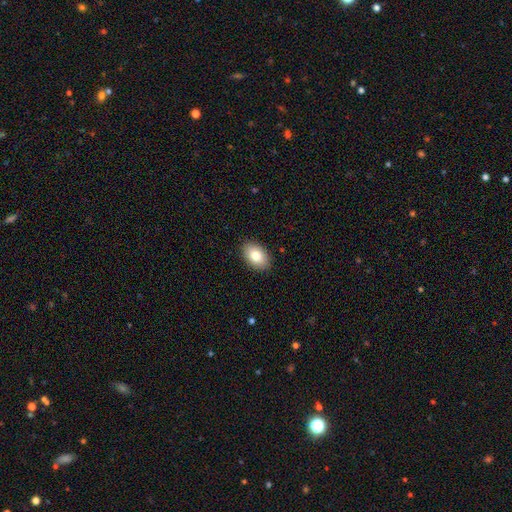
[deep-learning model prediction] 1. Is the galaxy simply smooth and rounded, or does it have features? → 83% smooth, 10% featured or disk, 7% star or artifact.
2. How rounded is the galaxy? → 89% in between, 10% round, 1% cigar-shaped.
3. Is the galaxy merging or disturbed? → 89% none, 8% minor disturbance, 2% major disturbance, 1% merger.